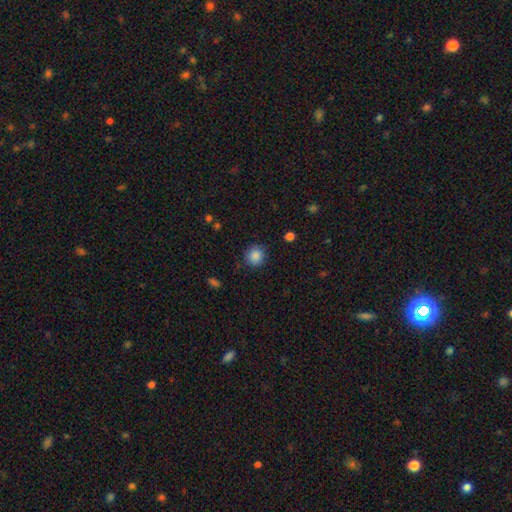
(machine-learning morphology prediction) smooth-or-featured: smooth: 87% | star or artifact: 10% | featured or disk: 4%
  how-rounded: round: 91% | in between: 8% | cigar-shaped: 1%
  merging: none: 85% | minor disturbance: 10% | major disturbance: 3% | merger: 1%